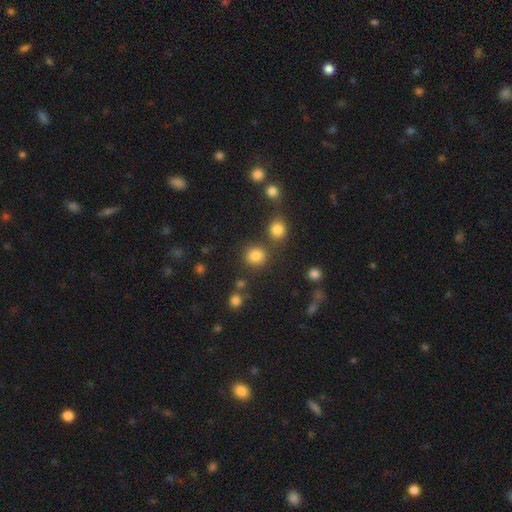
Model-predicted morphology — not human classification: smooth_or_featured: smooth (p=0.82) [alt: star or artifact p=0.13]
how_rounded: round (p=0.86) [alt: in between p=0.13]
merging: none (p=0.75) [alt: merger p=0.12]